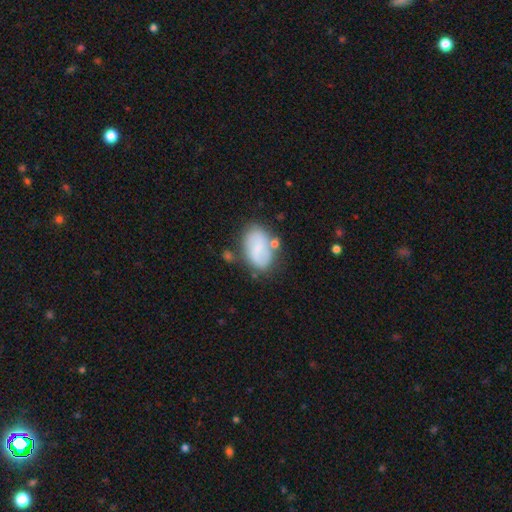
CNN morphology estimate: type=smooth (64%); roundness=in between (86%); merging=none (57%).